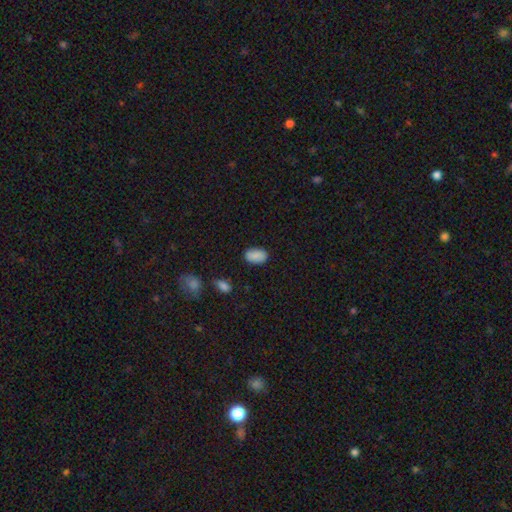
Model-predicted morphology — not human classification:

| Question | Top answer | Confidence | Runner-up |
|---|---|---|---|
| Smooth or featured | smooth | 88% | star or artifact (8%) |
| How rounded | in between | 92% | round (7%) |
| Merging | none | 84% | minor disturbance (11%) |